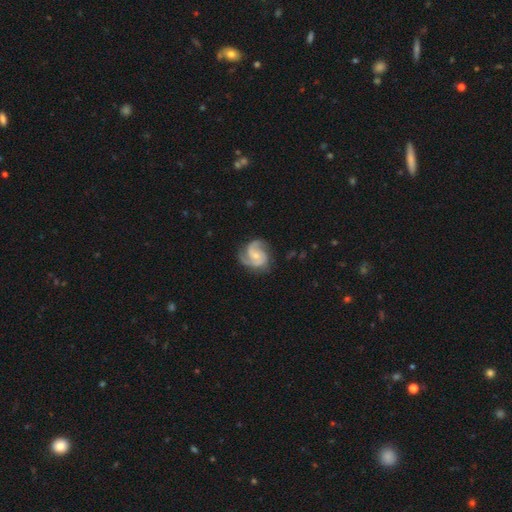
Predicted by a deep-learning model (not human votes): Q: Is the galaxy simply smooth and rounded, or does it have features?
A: featured or disk — 87%.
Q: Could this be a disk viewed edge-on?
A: no — 98%.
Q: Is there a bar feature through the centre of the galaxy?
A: no — 61%.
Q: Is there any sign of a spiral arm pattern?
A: yes — 98%.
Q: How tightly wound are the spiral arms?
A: medium — 52%.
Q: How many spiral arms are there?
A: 2 — 69%.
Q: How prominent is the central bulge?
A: small — 62%.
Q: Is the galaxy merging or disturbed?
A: none — 72%.